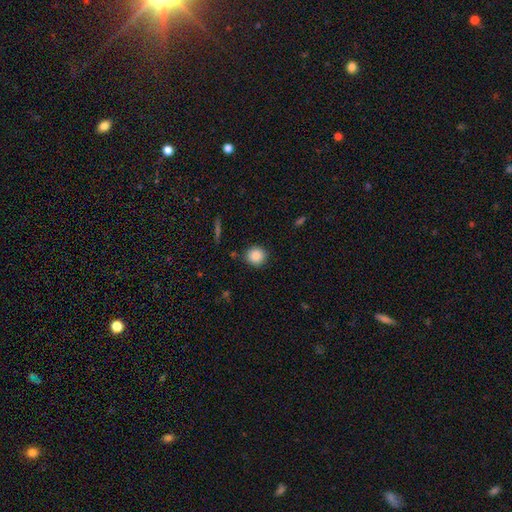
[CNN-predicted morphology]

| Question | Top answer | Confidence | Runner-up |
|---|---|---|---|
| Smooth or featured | smooth | 87% | star or artifact (9%) |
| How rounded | round | 92% | in between (7%) |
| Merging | none | 89% | minor disturbance (7%) |